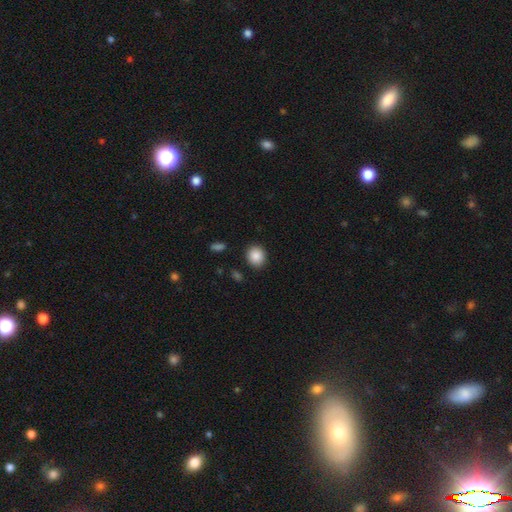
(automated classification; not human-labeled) Q: Smooth or featured?
A: smooth (88%); runner-up: star or artifact (8%)
Q: How rounded?
A: round (75%); runner-up: in between (24%)
Q: Merging?
A: none (89%); runner-up: minor disturbance (7%)